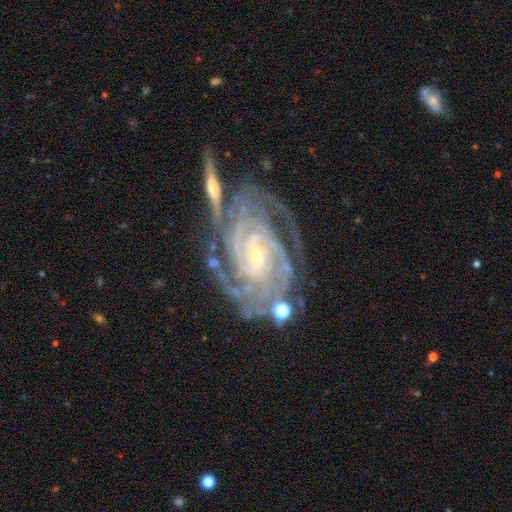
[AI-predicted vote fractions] Smooth or featured?
  - featured or disk: 92% *
  - star or artifact: 5%
  - smooth: 3%
Edge-on disk?
  - no: 97% *
  - yes: 3%
Bar?
  - no: 51% *
  - weak: 31%
  - strong: 18%
Spiral arms?
  - yes: 98% *
  - no: 2%
Spiral winding?
  - tight: 79% *
  - medium: 18%
  - loose: 3%
Spiral arm count?
  - 4: 26% *
  - 3: 21%
  - 2: 18%
  - can't tell: 16%
  - more than 4: 12%
  - 1: 6%
Bulge size?
  - small: 78% *
  - moderate: 18%
  - none: 1%
  - large: 1%
  - dominant: 1%
Merging?
  - none: 59% *
  - minor disturbance: 18%
  - merger: 15%
  - major disturbance: 9%